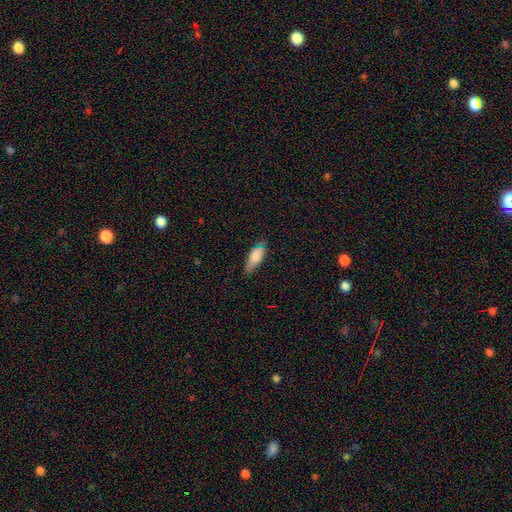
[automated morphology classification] smooth_or_featured: smooth (p=0.80) [alt: featured or disk p=0.13]
how_rounded: in between (p=0.74) [alt: cigar-shaped p=0.24]
merging: none (p=0.69) [alt: minor disturbance p=0.25]